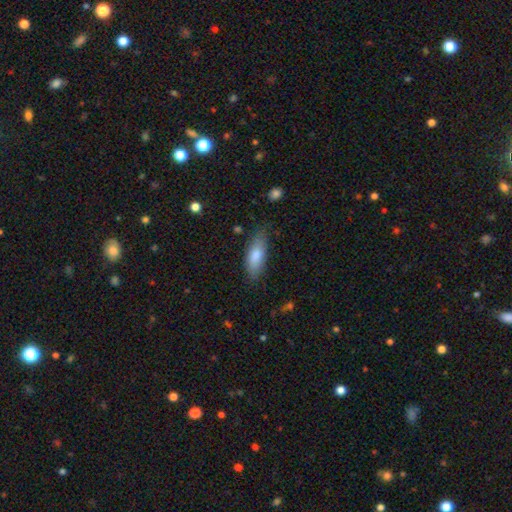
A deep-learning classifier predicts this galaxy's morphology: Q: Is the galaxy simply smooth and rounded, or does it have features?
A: smooth — 81%.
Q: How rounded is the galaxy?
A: in between — 73%.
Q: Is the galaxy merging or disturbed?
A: none — 75%.